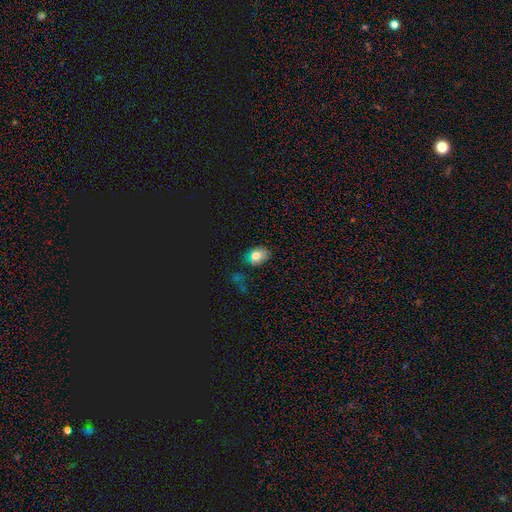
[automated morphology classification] Overall: smooth (72%). How rounded: in between (73%). Merging: none (68%).